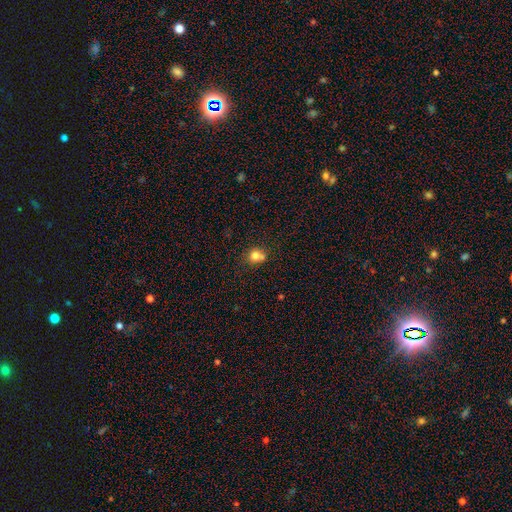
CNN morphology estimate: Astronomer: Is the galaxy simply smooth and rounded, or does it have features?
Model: smooth — 78%.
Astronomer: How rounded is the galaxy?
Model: round — 78%.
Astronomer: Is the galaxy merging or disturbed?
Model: none — 50% (runner-up: merger, 32%).